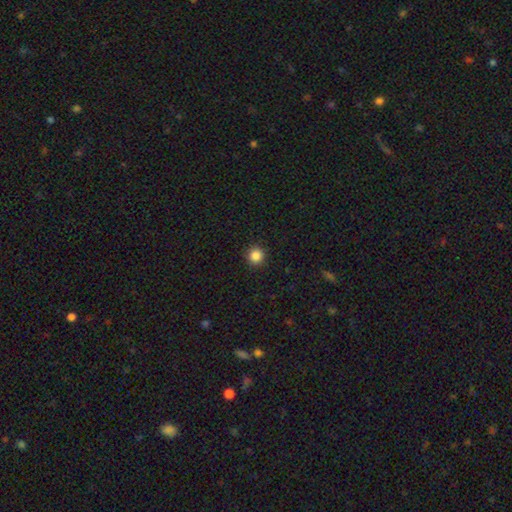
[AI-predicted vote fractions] Smooth or featured? smooth (86%)
How rounded? round (95%)
Merging? none (93%)